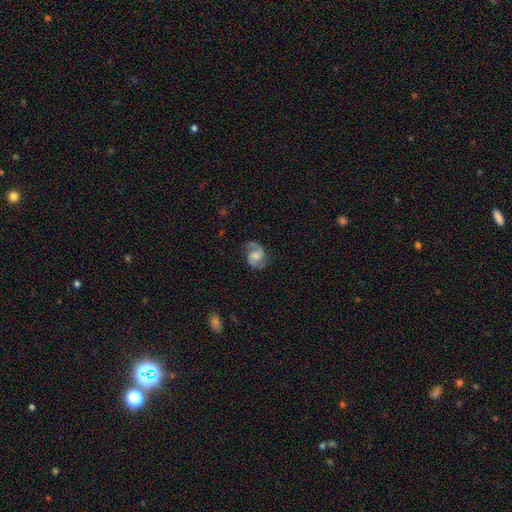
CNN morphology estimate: A featured or disk galaxy (79%) with a weak bar (46%), 2 (87%) medium (52%) spiral arms (96%) and a moderate central bulge (39%). Merging: none (73%).